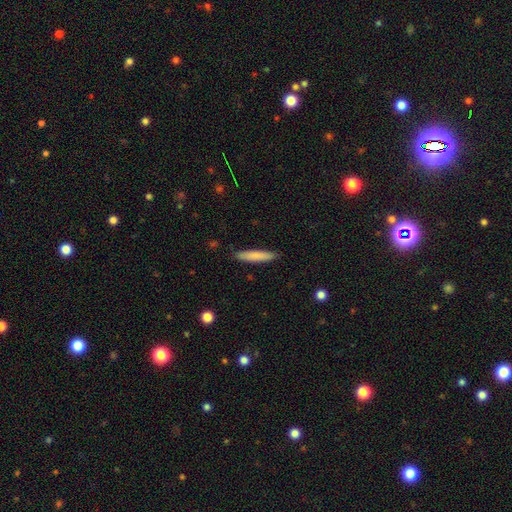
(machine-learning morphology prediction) The model was most divided on "smooth or featured": smooth: 81%, featured or disk: 13%, star or artifact: 6%. More confident: how rounded — cigar-shaped (89%); merging — none (88%).